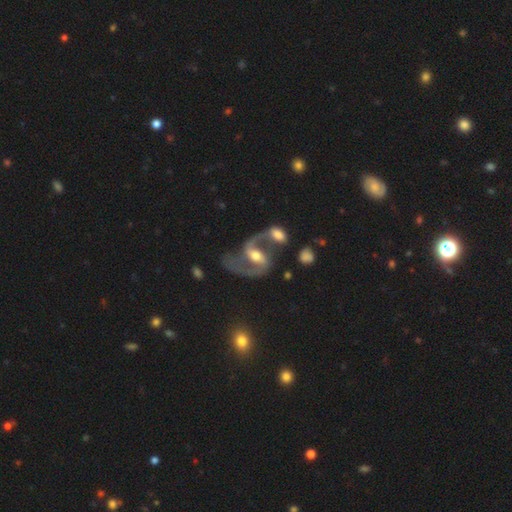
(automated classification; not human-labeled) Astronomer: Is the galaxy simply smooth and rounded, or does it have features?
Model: featured or disk — 89%.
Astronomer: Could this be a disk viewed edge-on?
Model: no — 97%.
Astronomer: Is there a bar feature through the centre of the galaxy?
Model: strong — 42% (runner-up: weak, 40%).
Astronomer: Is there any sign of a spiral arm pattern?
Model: yes — 96%.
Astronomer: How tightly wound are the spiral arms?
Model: loose — 49% (runner-up: medium, 43%).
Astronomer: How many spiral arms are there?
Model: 2 — 91%.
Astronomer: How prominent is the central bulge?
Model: moderate — 64%.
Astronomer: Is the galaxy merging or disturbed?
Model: none — 44% (runner-up: merger, 26%).